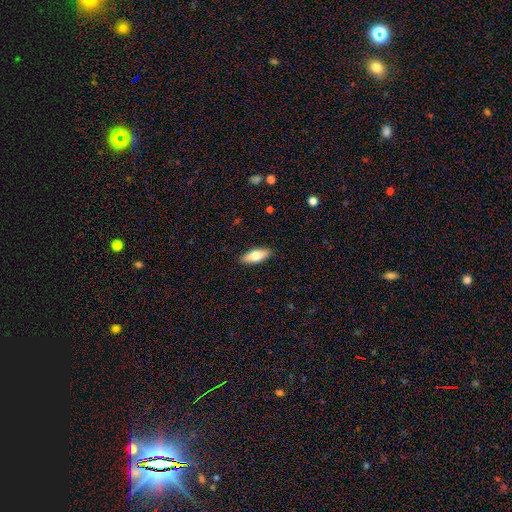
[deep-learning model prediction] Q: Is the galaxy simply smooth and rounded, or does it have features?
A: smooth — 70%.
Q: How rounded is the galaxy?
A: in between — 76%.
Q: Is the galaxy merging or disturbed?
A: none — 89%.